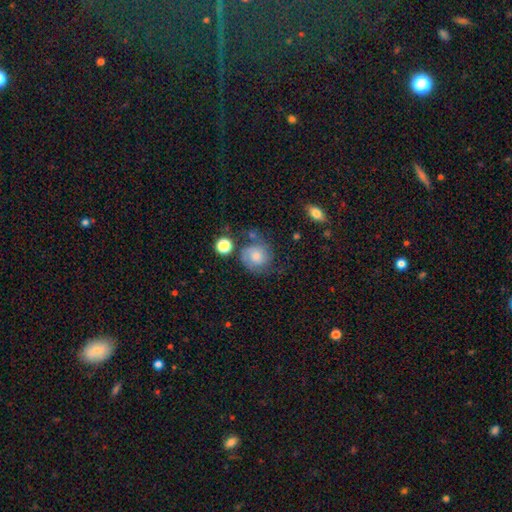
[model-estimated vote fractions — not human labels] This is possibly a smooth galaxy (48%). Merging: possibly none (50%).